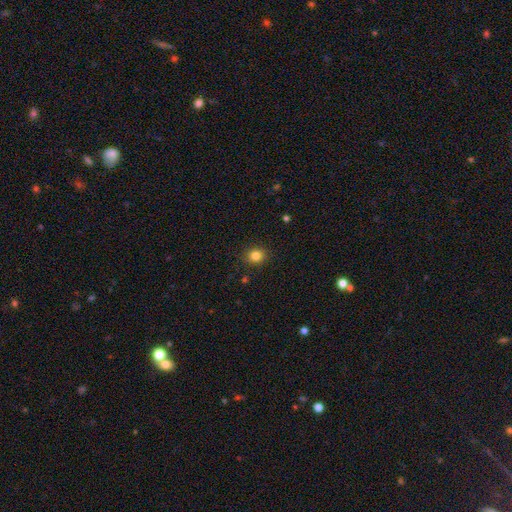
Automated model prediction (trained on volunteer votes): Q: Smooth or featured?
A: smooth (83%); runner-up: star or artifact (12%)
Q: How rounded?
A: round (76%); runner-up: in between (23%)
Q: Merging?
A: none (90%); runner-up: minor disturbance (7%)